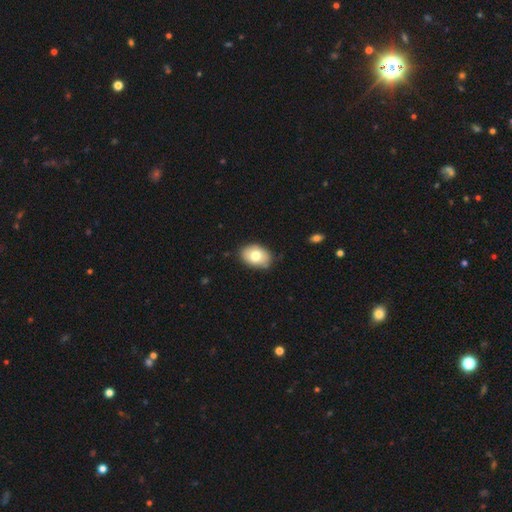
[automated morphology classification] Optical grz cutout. It shows a smooth galaxy with no disk features (75%) that is in between round and cigar-shaped (82%). Merging: none (84%).